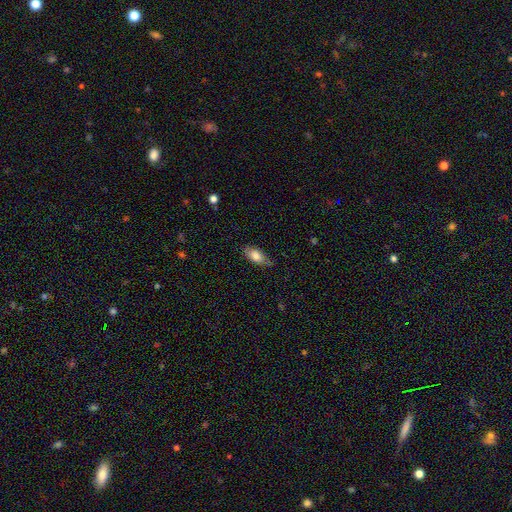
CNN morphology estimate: smooth_or_featured: smooth (p=0.78) [alt: featured or disk p=0.15]
how_rounded: in between (p=0.86) [alt: cigar-shaped p=0.11]
merging: none (p=0.73) [alt: minor disturbance p=0.21]